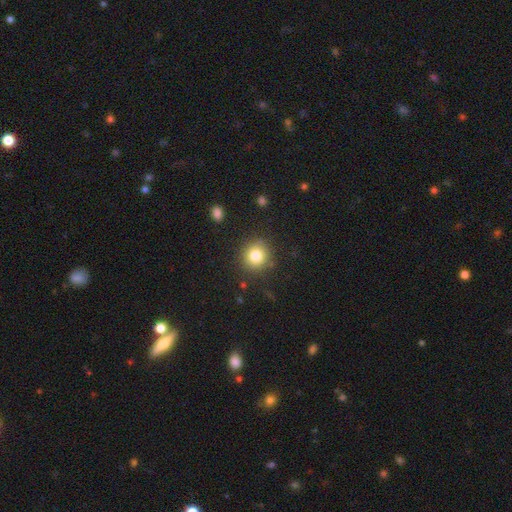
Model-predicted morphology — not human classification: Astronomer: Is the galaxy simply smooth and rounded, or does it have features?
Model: smooth — 81%.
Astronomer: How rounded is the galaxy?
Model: round — 90%.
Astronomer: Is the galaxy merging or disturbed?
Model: none — 87%.